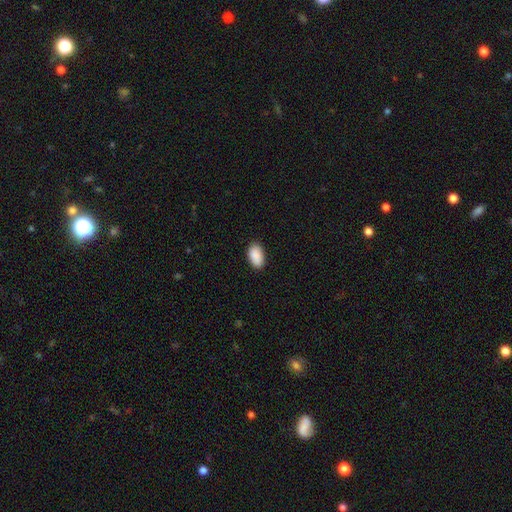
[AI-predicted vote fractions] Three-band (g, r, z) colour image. It shows a smooth galaxy with no disk features (90%) that is in between round and cigar-shaped (94%). Merging: none (86%).